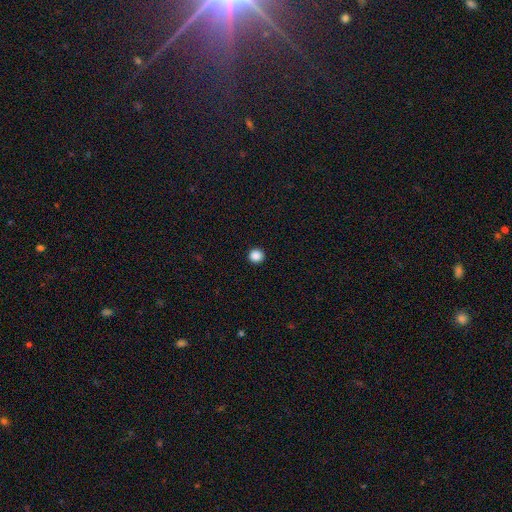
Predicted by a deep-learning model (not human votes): Smooth or featured? Predicted: smooth (p=0.87). How rounded? Predicted: round (p=0.95). Merging? Predicted: none (p=0.94).